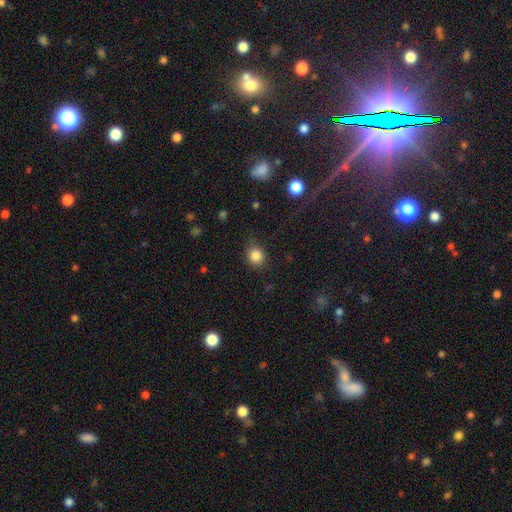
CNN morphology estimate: Overall: smooth (85%). How rounded: round (86%). Merging: none (81%).